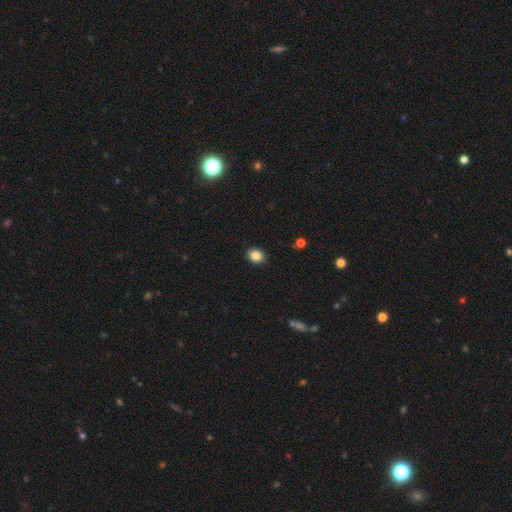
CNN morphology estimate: Smooth or featured? smooth (86%)
How rounded? round (52%)
Merging? none (91%)